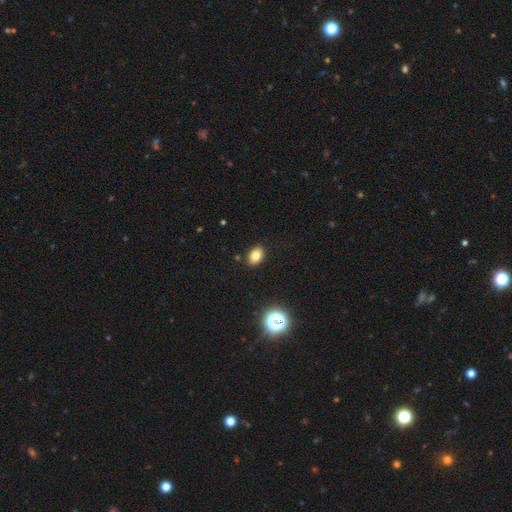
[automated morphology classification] The model was most divided on "how rounded": in between: 82%, round: 17%, cigar-shaped: 1%. More confident: merging — none (89%); smooth or featured — smooth (79%).